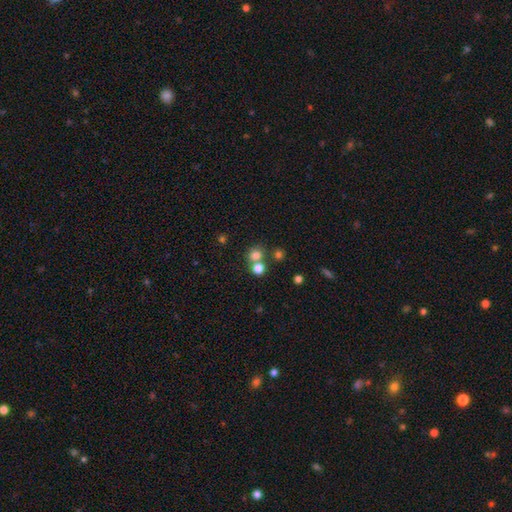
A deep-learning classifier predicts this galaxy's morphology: A smooth galaxy with no disk features (75%) that is round (86%). Merging: none (58%).